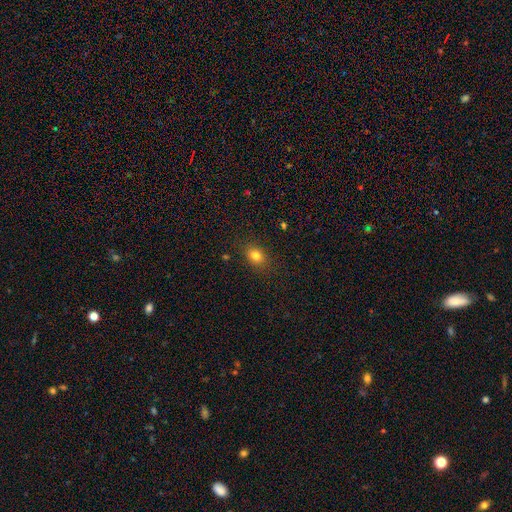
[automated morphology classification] Q: Smooth or featured?
A: smooth (80%); runner-up: star or artifact (12%)
Q: How rounded?
A: in between (62%); runner-up: round (36%)
Q: Merging?
A: none (85%); runner-up: minor disturbance (11%)